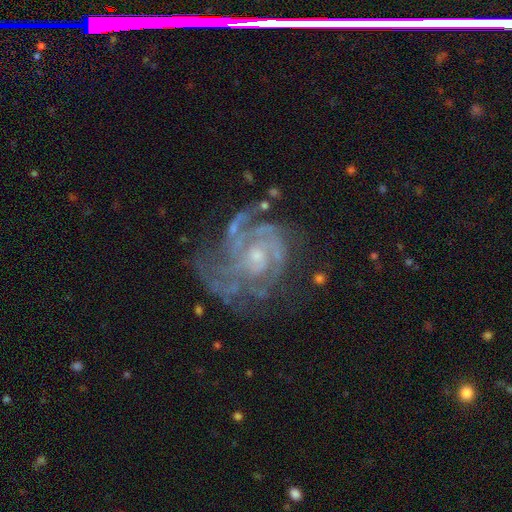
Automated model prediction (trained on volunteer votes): The model was most divided on "spiral arm count": 3: 27%, can't tell: 25%, 2: 17%, 4: 16%, more than 4: 8%, 1: 7%. More confident: edge-on disk — no (98%); spiral arms — yes (96%); smooth or featured — featured or disk (88%); bar — no (70%); bulge size — small (65%); spiral winding — tight (62%); merging — none (61%).